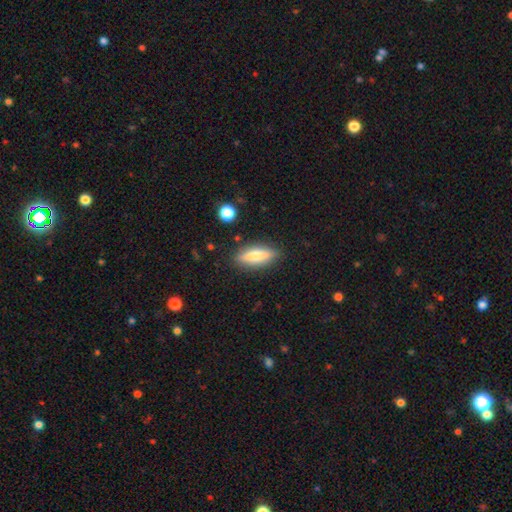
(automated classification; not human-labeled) Smooth or featured?
  - smooth: 65% *
  - featured or disk: 28%
  - star or artifact: 7%
How rounded?
  - cigar-shaped: 50% *
  - in between: 48%
  - round: 2%
Merging?
  - none: 85% *
  - minor disturbance: 10%
  - major disturbance: 3%
  - merger: 2%